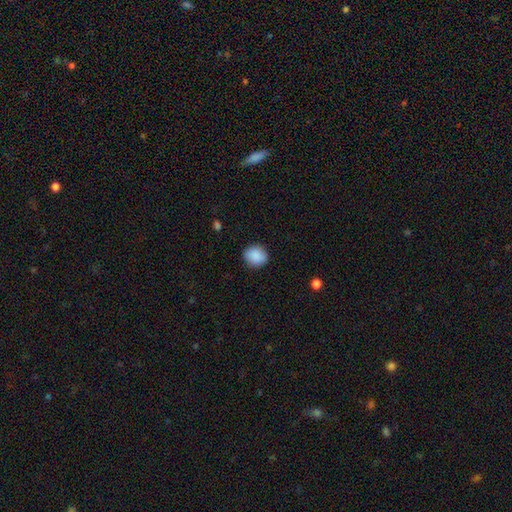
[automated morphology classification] Q: Smooth or featured?
A: smooth (89%); runner-up: star or artifact (8%)
Q: How rounded?
A: round (77%); runner-up: in between (22%)
Q: Merging?
A: none (88%); runner-up: minor disturbance (9%)